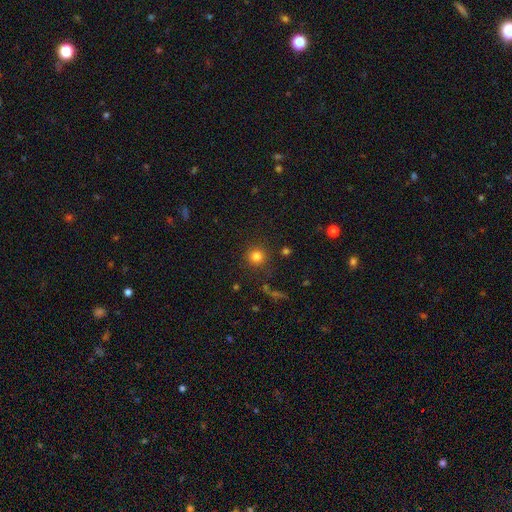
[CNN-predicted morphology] smooth_or_featured: smooth (p=0.81) [alt: star or artifact p=0.13]
how_rounded: round (p=0.94) [alt: in between p=0.05]
merging: none (p=0.88) [alt: minor disturbance p=0.07]